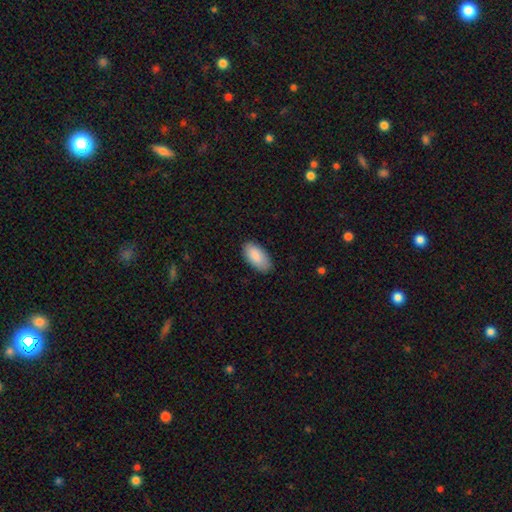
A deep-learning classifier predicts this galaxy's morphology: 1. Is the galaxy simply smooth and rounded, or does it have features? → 89% smooth, 6% featured or disk, 6% star or artifact.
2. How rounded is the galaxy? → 95% in between, 4% cigar-shaped, 2% round.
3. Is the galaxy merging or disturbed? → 85% none, 12% minor disturbance, 2% major disturbance, 1% merger.